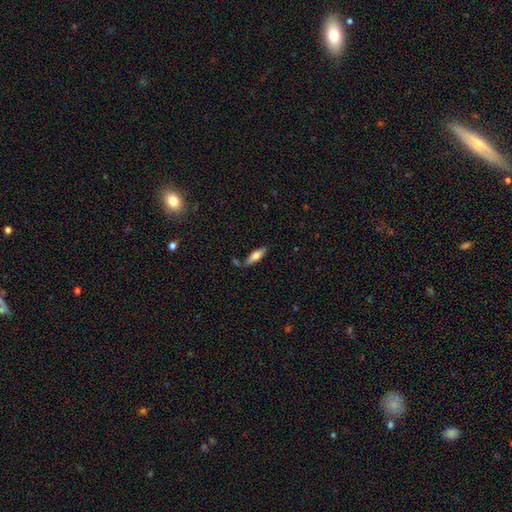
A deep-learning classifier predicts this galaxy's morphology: Overall: smooth (66%; featured or disk 27%). How rounded: cigar-shaped (52%; in between 46%). Merging: none (73%).